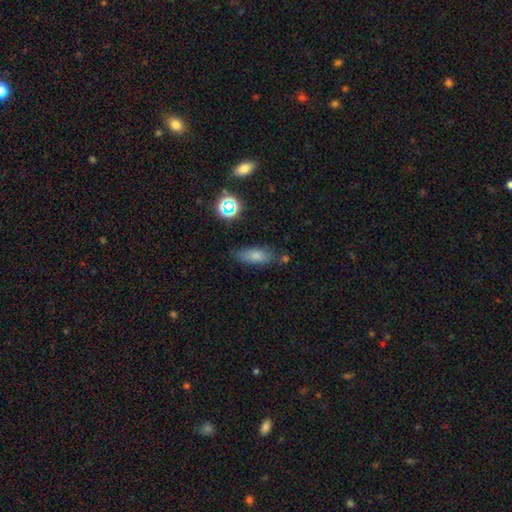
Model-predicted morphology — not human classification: smooth_or_featured: smooth (p=0.74) [alt: featured or disk p=0.14]
how_rounded: in between (p=0.70) [alt: cigar-shaped p=0.26]
merging: none (p=0.70) [alt: minor disturbance p=0.20]